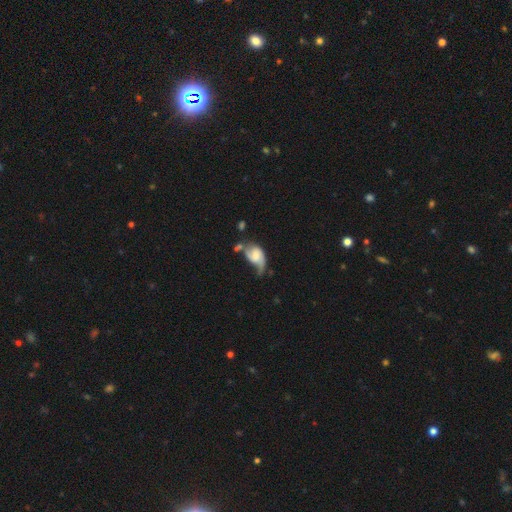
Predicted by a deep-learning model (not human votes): The model was most divided on "bulge size": moderate: 32%, small: 29%, none: 19%, large: 16%, dominant: 4%. Remaining: edge-on disk — no (96%); spiral arms — yes (82%); bar — no (59%); smooth or featured — featured or disk (57%); merging — major disturbance (33%).